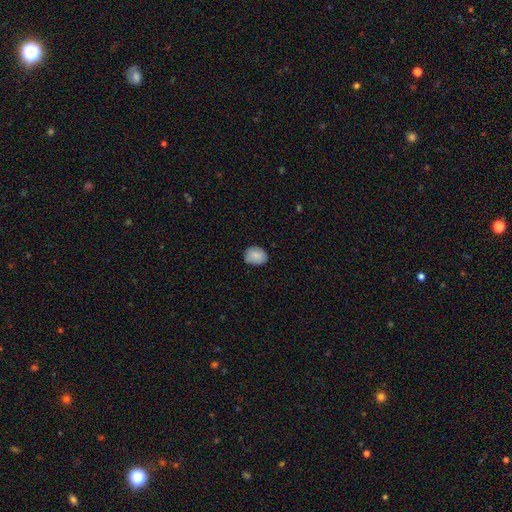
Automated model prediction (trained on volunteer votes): smooth-or-featured: smooth: 87% | star or artifact: 7% | featured or disk: 6%
  how-rounded: round: 51% | in between: 48% | cigar-shaped: 1%
  merging: none: 83% | minor disturbance: 14% | major disturbance: 2% | merger: 1%